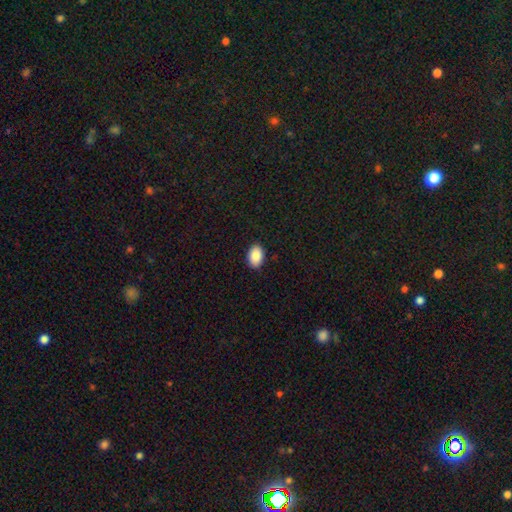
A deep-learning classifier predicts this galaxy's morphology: Q: Smooth or featured?
A: smooth (88%); runner-up: star or artifact (7%)
Q: How rounded?
A: in between (86%); runner-up: round (12%)
Q: Merging?
A: none (89%); runner-up: minor disturbance (8%)